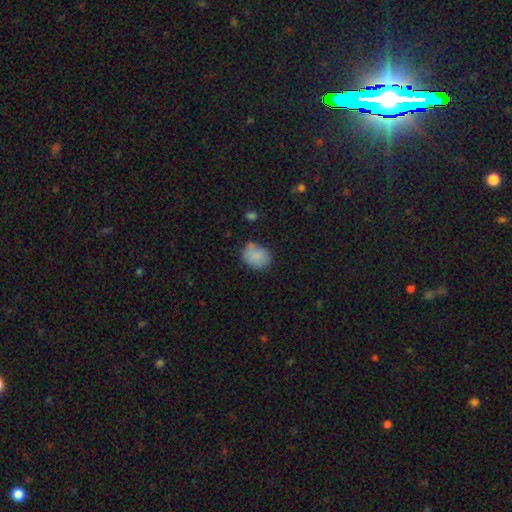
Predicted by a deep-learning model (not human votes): Smooth or featured? smooth (84%)
How rounded? in between (55%)
Merging? none (66%)